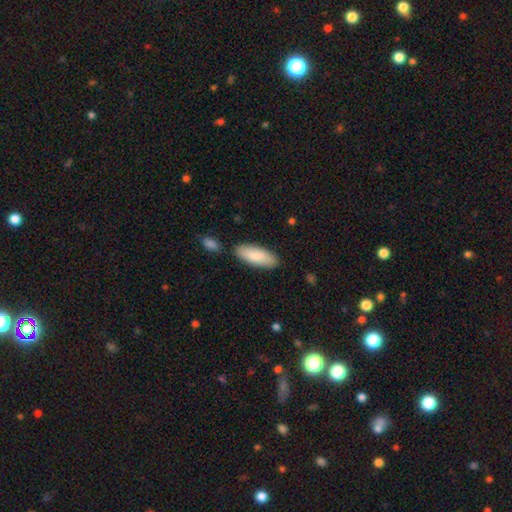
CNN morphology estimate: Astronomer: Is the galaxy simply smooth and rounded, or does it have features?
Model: smooth — 85%.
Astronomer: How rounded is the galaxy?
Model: in between — 77%.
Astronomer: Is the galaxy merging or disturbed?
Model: none — 83%.